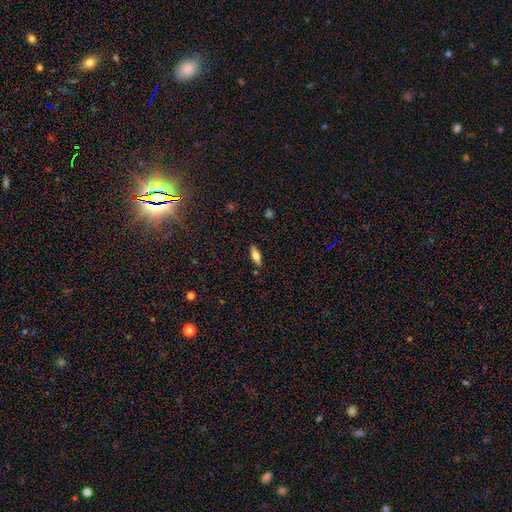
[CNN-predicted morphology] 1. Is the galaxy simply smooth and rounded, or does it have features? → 68% smooth, 25% featured or disk, 7% star or artifact.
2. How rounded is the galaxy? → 69% in between, 28% cigar-shaped, 2% round.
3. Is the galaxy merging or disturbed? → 86% none, 10% minor disturbance, 2% major disturbance, 1% merger.